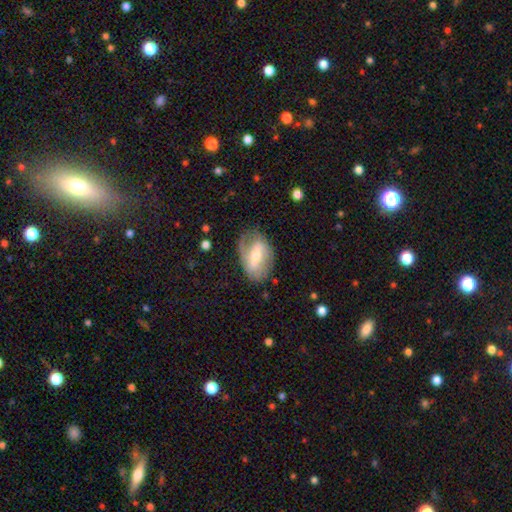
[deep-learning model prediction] A featured or disk galaxy (64%) with a weak bar (43%), spiral arms (74%) and a moderate central bulge (59%).

Vote fractions:
- Smooth or featured? featured or disk: 64% / smooth: 30% / star or artifact: 7%
- Edge-on disk? no: 94% / yes: 6%
- Bar? weak: 43% / strong: 36% / no: 20%
- Spiral arms? yes: 74% / no: 26%
- Bulge size? moderate: 59% / small: 34% / large: 5% / none: 2% / dominant: 1%
- Merging? none: 67% / minor disturbance: 22% / major disturbance: 10% / merger: 2%